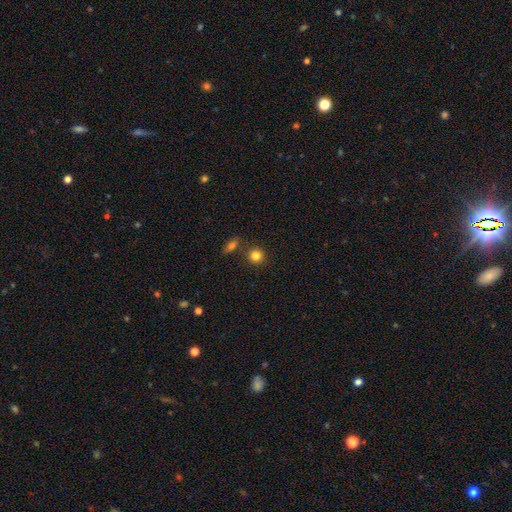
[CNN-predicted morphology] This is clearly a smooth galaxy (82%). How rounded: clearly round (90%). Merging: likely none (78%).